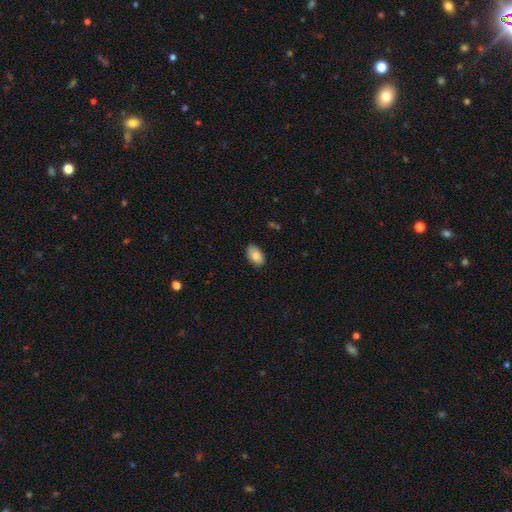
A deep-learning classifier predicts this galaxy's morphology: A smooth galaxy with no disk features (86%) that is in between round and cigar-shaped (93%). Merging: none (83%).